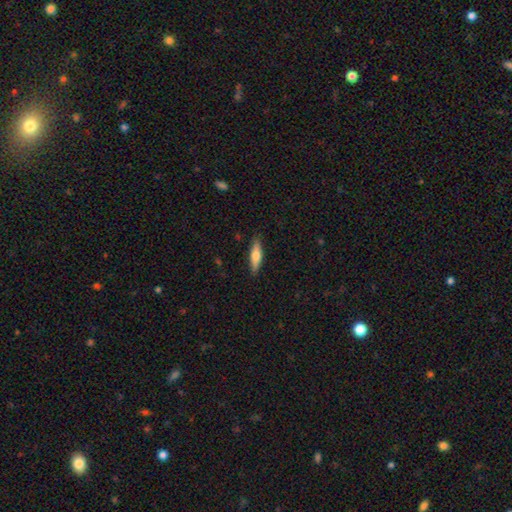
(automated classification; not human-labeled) smooth 65%, featured or disk 30%, star or artifact 6%. Down the decision tree: how rounded — cigar-shaped (65%); merging — none (87%).